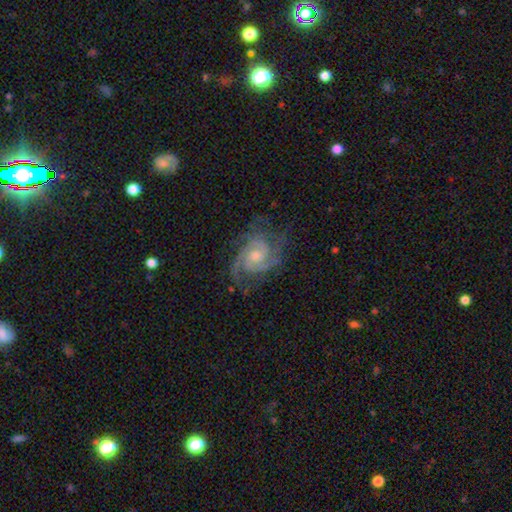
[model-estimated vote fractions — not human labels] smooth_or_featured: featured or disk (p=0.90) [alt: star or artifact p=0.05]
disk_edge_on: no (p=0.98) [alt: yes p=0.02]
bar: no (p=0.61) [alt: weak p=0.33]
has_spiral_arms: yes (p=0.98) [alt: no p=0.02]
spiral_winding: tight (p=0.52) [alt: medium p=0.41]
spiral_arm_count: 2 (p=0.43) [alt: 3 p=0.30]
bulge_size: moderate (p=0.48) [alt: small p=0.44]
merging: none (p=0.71) [alt: minor disturbance p=0.18]